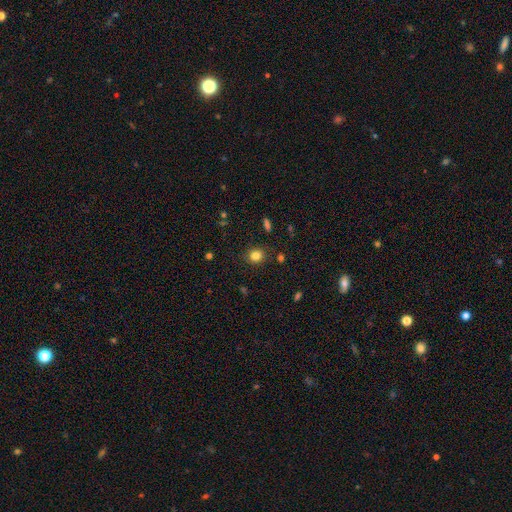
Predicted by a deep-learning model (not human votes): Smooth or featured? Predicted: smooth (p=0.83). How rounded? Predicted: round (p=0.76). Merging? Predicted: none (p=0.86).